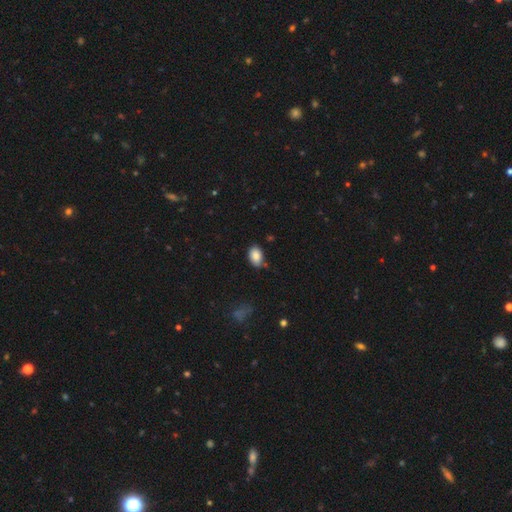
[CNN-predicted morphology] smooth 86%, star or artifact 8%, featured or disk 5%. Down the decision tree: how rounded — in between (83%); merging — none (69%).